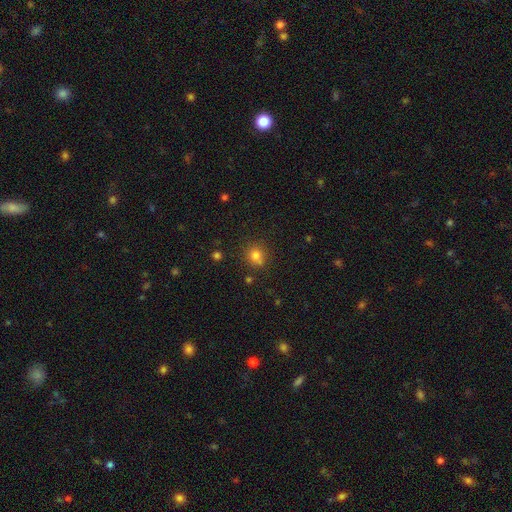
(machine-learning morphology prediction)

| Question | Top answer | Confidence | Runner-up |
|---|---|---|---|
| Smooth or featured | smooth | 76% | star or artifact (16%) |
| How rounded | round | 85% | in between (14%) |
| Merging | none | 67% | merger (17%) |